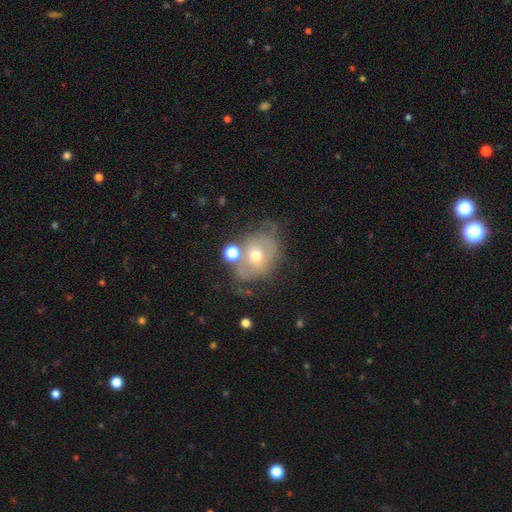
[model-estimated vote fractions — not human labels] Smooth or featured? Predicted: featured or disk (p=0.46). Merging? Predicted: none (p=0.45).